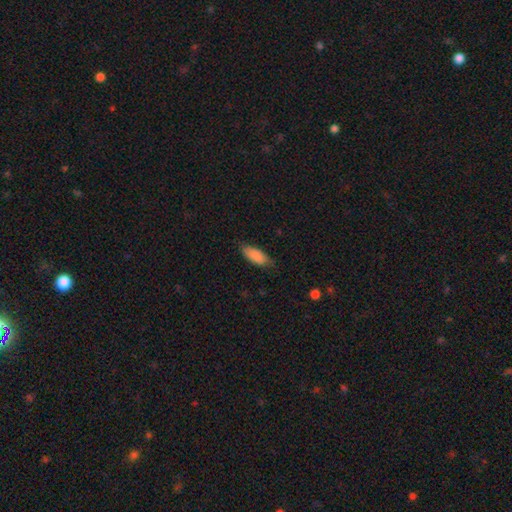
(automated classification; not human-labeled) Smooth or featured? Predicted: smooth (p=0.88). How rounded? Predicted: in between (p=0.80). Merging? Predicted: none (p=0.74).